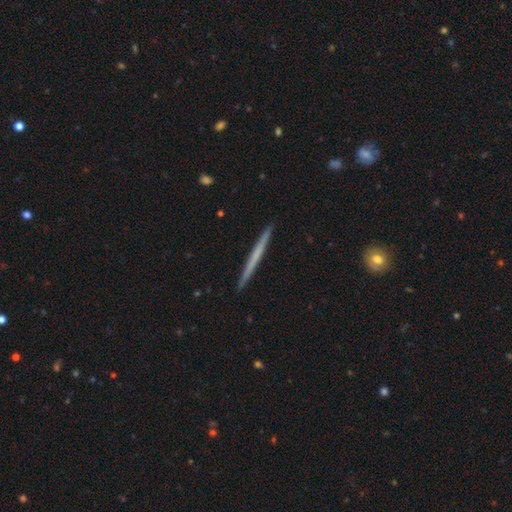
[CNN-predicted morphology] The model was most divided on "smooth or featured": featured or disk: 50%, smooth: 45%, star or artifact: 5%. More confident: merging — none (93%).